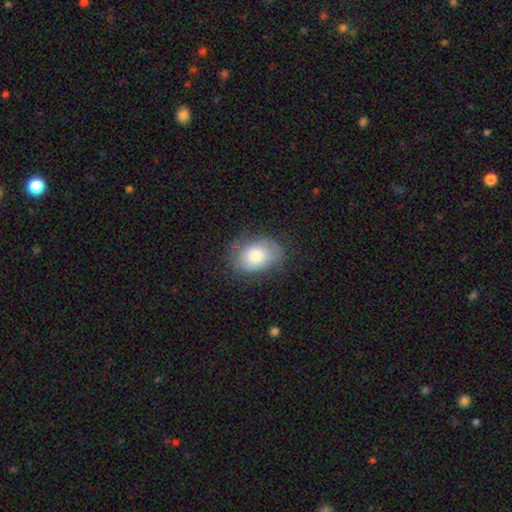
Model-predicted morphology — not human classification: smooth_or_featured: smooth (p=0.74) [alt: featured or disk p=0.19]
how_rounded: in between (p=0.78) [alt: round p=0.21]
merging: none (p=0.66) [alt: minor disturbance p=0.25]